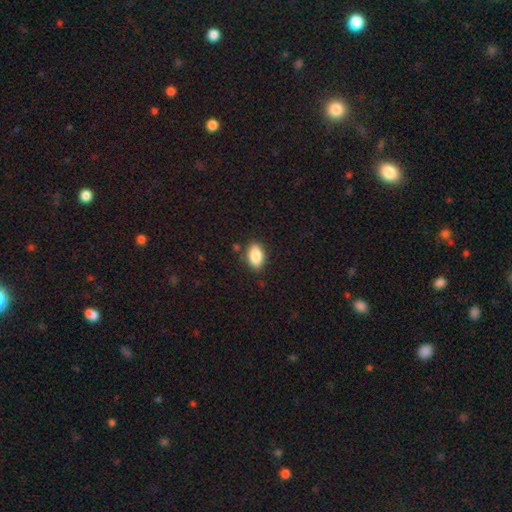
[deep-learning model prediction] Q: Smooth or featured?
A: smooth (87%); runner-up: star or artifact (7%)
Q: How rounded?
A: in between (90%); runner-up: round (8%)
Q: Merging?
A: none (84%); runner-up: minor disturbance (12%)